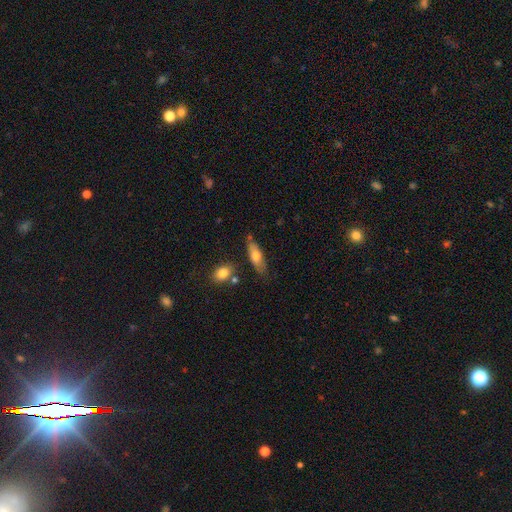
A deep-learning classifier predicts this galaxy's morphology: A smooth galaxy with no disk features (68%) that is in between round and cigar-shaped (60%). Merging: none (70%).